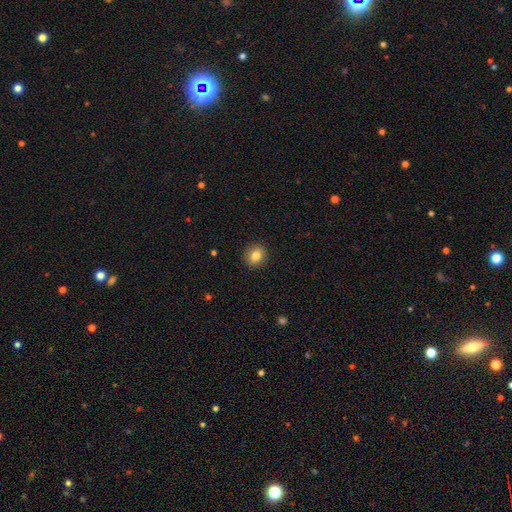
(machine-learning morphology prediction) Overall: smooth (82%). How rounded: round (79%). Merging: none (91%).